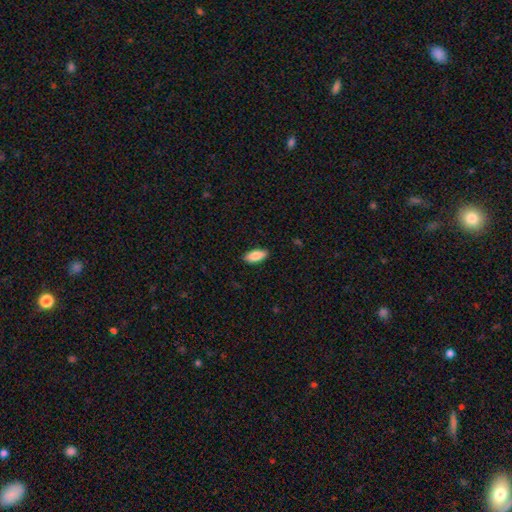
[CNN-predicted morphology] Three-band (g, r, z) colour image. It shows a smooth galaxy with no disk features (87%) that is in between round and cigar-shaped (89%). Merging: none (89%).